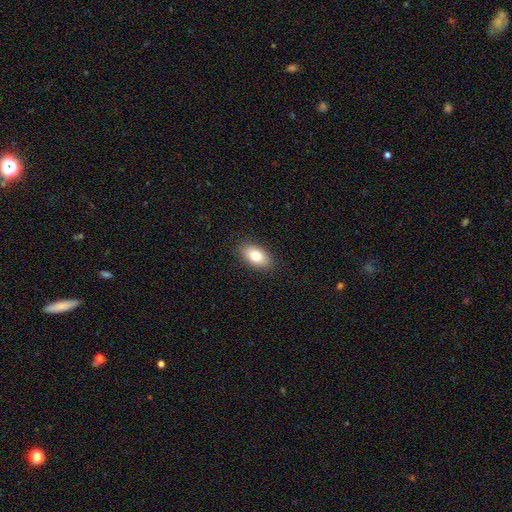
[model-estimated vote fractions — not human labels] Overall: smooth (80%). How rounded: in between (93%). Merging: none (89%).